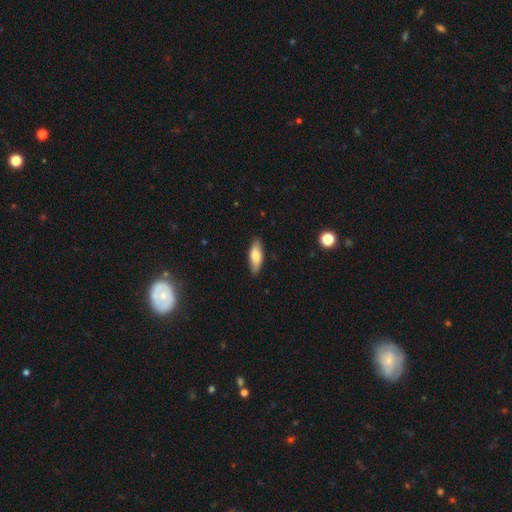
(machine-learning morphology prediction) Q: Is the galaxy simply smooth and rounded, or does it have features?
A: smooth — 75%.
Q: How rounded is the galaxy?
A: in between — 69%.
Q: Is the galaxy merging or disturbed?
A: none — 87%.